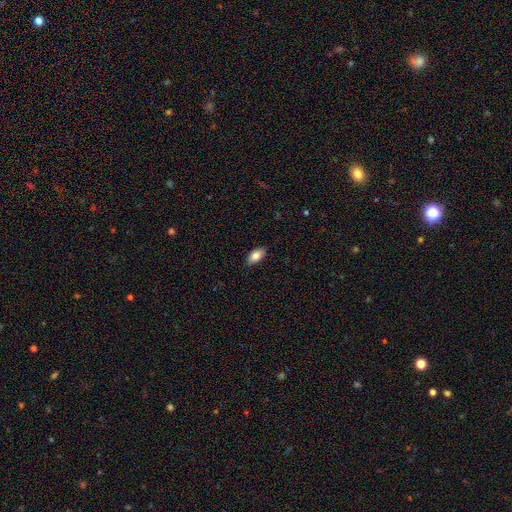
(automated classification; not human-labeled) smooth_or_featured: smooth (p=0.84) [alt: featured or disk p=0.09]
how_rounded: in between (p=0.93) [alt: round p=0.04]
merging: none (p=0.86) [alt: minor disturbance p=0.11]